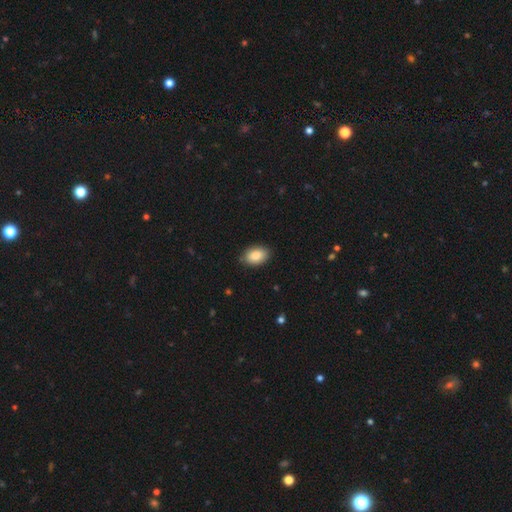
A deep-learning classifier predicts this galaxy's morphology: smooth_or_featured: smooth (p=0.86) [alt: star or artifact p=0.07]
how_rounded: in between (p=0.86) [alt: round p=0.13]
merging: none (p=0.85) [alt: minor disturbance p=0.12]